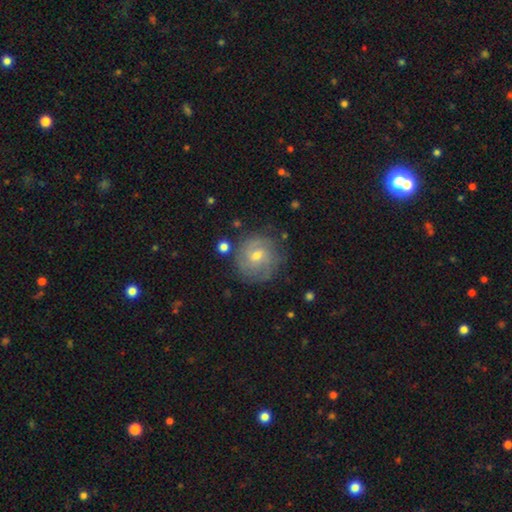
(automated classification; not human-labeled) This is likely a featured or disk galaxy (68%). It is clearly not viewed edge-on (97%). Bar: possibly no (54%). Spiral arm pattern: clearly yes (88%). Spiral arm count: marginally can't tell (39%). Spiral winding: likely tight (61%). Central bulge: possibly moderate (54%). Merging: likely none (79%).